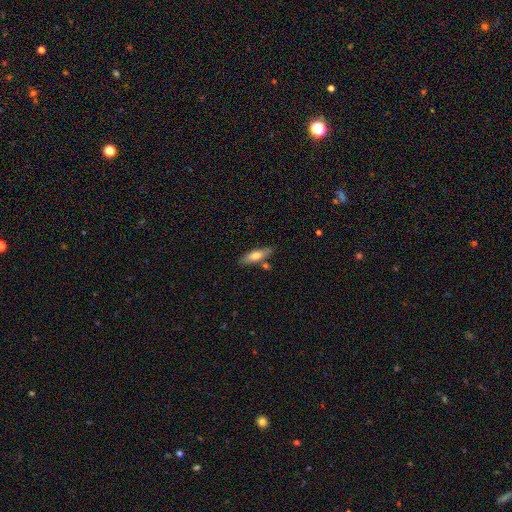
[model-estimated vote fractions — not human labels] A smooth galaxy with no disk features (66%) that is cigar-shaped (54%). Merging: none (76%).